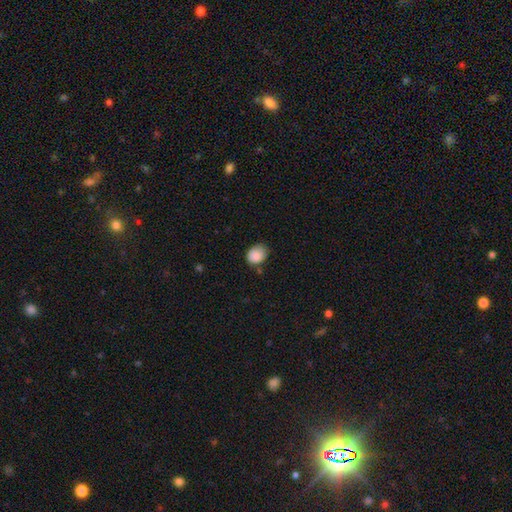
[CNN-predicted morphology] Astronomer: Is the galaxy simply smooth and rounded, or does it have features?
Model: smooth — 87%.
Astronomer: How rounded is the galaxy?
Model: round — 51% (runner-up: in between, 48%).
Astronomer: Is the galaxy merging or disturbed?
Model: none — 60%.